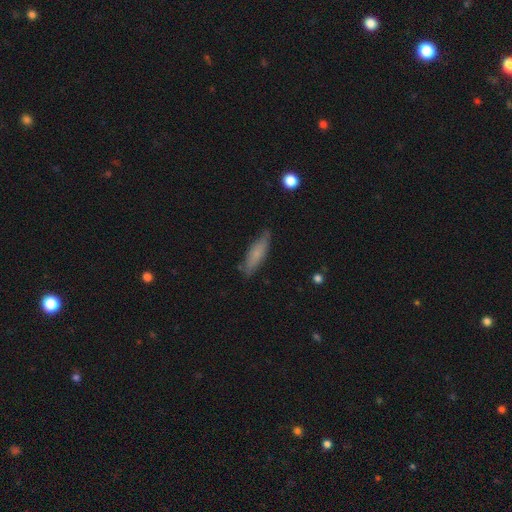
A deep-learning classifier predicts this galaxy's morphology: Smooth or featured?
  - smooth: 70% *
  - featured or disk: 24%
  - star or artifact: 7%
How rounded?
  - cigar-shaped: 59% *
  - in between: 39%
  - round: 2%
Merging?
  - none: 73% *
  - minor disturbance: 21%
  - major disturbance: 4%
  - merger: 2%